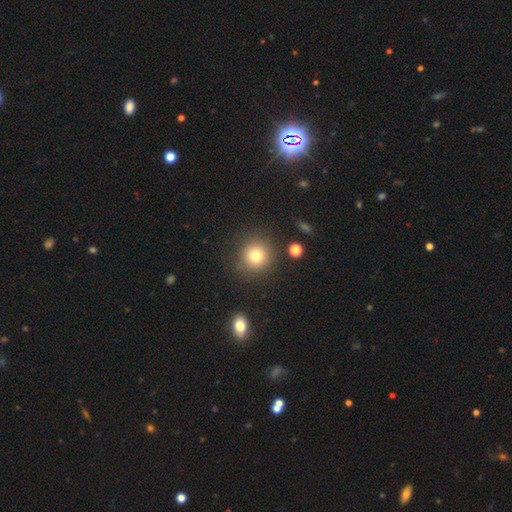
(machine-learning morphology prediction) Smooth or featured?
  - smooth: 78% *
  - star or artifact: 13%
  - featured or disk: 9%
How rounded?
  - round: 92% *
  - in between: 7%
  - cigar-shaped: 1%
Merging?
  - none: 86% *
  - minor disturbance: 8%
  - major disturbance: 3%
  - merger: 3%